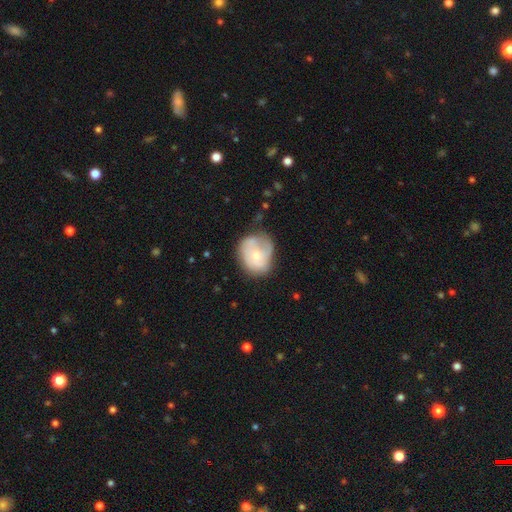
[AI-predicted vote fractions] A smooth galaxy with no disk features (49%).

Vote fractions:
- Smooth or featured? smooth: 49% / featured or disk: 44% / star or artifact: 7%
- Merging? none: 46% / minor disturbance: 33% / major disturbance: 17% / merger: 4%